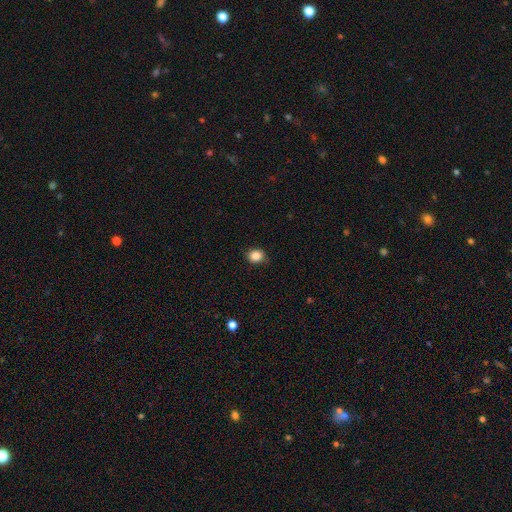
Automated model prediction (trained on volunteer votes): Smooth or featured? smooth (86%)
How rounded? round (68%)
Merging? none (84%)